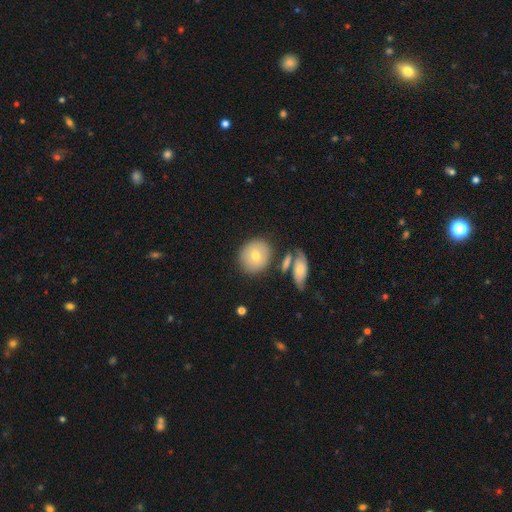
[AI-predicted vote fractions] A smooth galaxy with no disk features (72%) that is round (82%).

Vote fractions:
- Smooth or featured? smooth: 72% / featured or disk: 21% / star or artifact: 7%
- How rounded? round: 82% / in between: 17% / cigar-shaped: 1%
- Merging? none: 73% / minor disturbance: 12% / merger: 12% / major disturbance: 4%